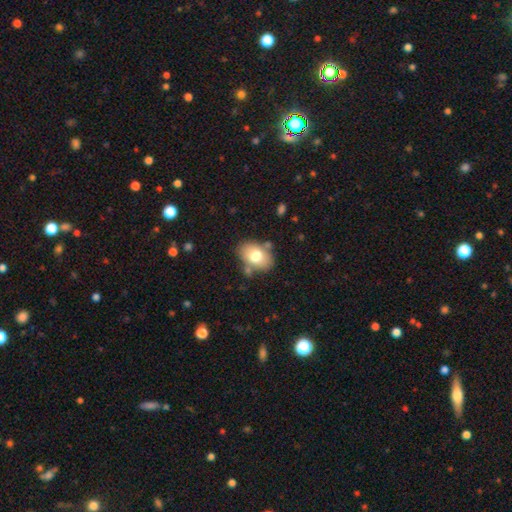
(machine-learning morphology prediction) A smooth galaxy with no disk features (72%) that is in between round and cigar-shaped (82%).

Vote fractions:
- Smooth or featured? smooth: 72% / featured or disk: 20% / star or artifact: 8%
- How rounded? in between: 82% / round: 17% / cigar-shaped: 1%
- Merging? none: 74% / minor disturbance: 16% / merger: 7% / major disturbance: 4%